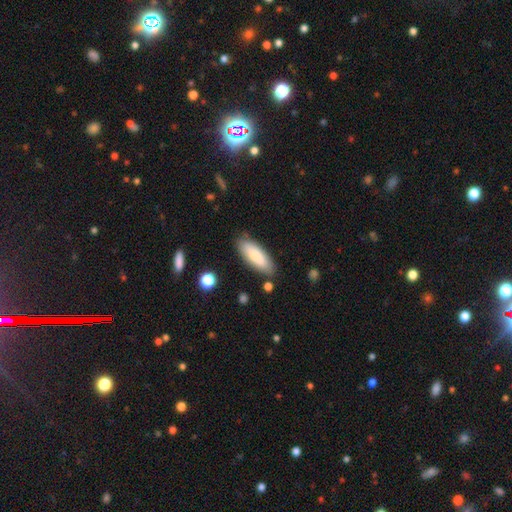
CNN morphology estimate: Smooth or featured? smooth (79%)
How rounded? in between (69%)
Merging? none (82%)